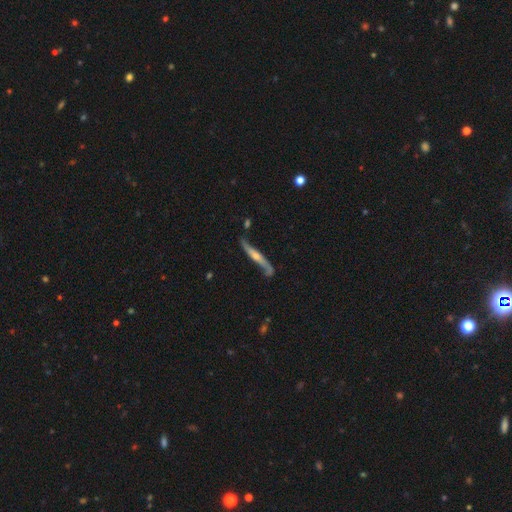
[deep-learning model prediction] smooth_or_featured: featured or disk (p=0.75) [alt: smooth p=0.20]
disk_edge_on: yes (p=0.74) [alt: no p=0.26]
edge_on_bulge: rounded (p=0.76) [alt: none p=0.17]
merging: none (p=0.66) [alt: minor disturbance p=0.23]